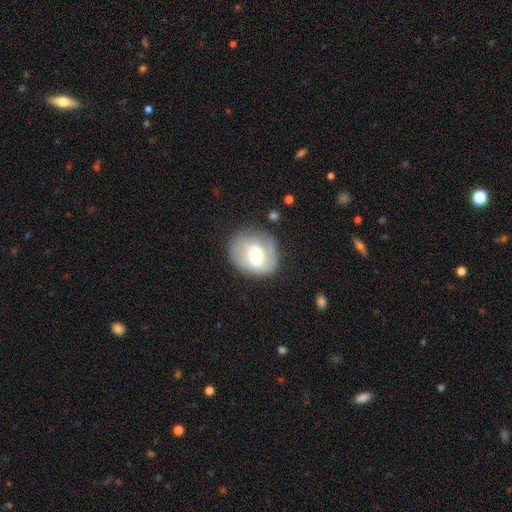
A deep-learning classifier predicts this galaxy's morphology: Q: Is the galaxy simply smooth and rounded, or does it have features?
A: featured or disk — 62%.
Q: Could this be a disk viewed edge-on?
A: no — 97%.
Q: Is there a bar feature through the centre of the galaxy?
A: weak — 50%.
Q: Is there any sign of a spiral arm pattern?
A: yes — 79%.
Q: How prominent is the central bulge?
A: moderate — 67%.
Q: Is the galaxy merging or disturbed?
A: none — 70%.